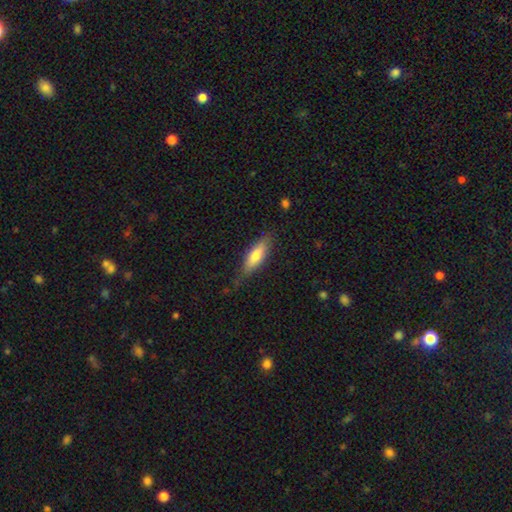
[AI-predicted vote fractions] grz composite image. It shows a smooth galaxy with no disk features (70%) that is cigar-shaped (52%). Merging: none (76%).